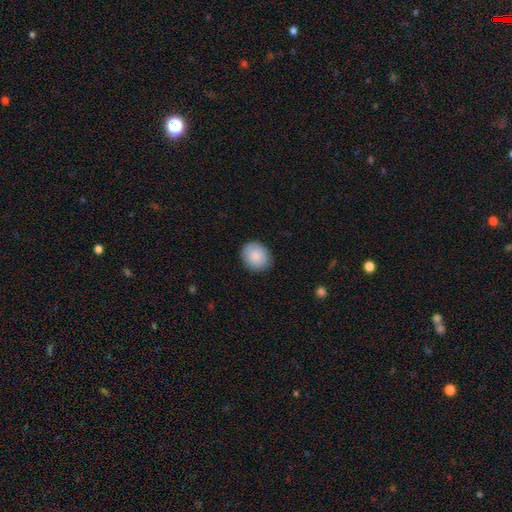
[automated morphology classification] Smooth or featured: smooth — 87% (featured or disk — 7%)
How rounded: round — 69% (in between — 30%)
Merging: none — 85% (minor disturbance — 12%)